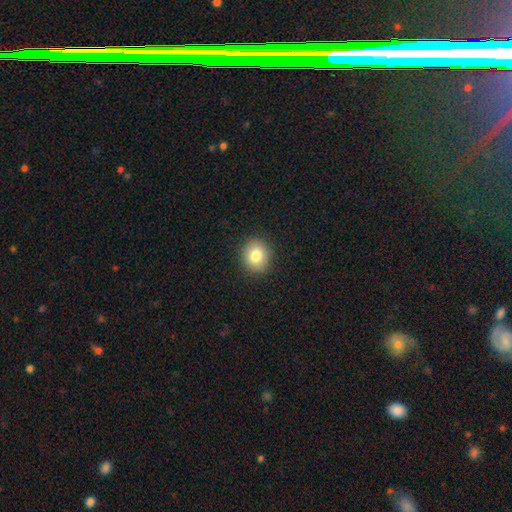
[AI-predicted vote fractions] Smooth or featured? Predicted: smooth (p=0.81). How rounded? Predicted: round (p=0.82). Merging? Predicted: none (p=0.91).